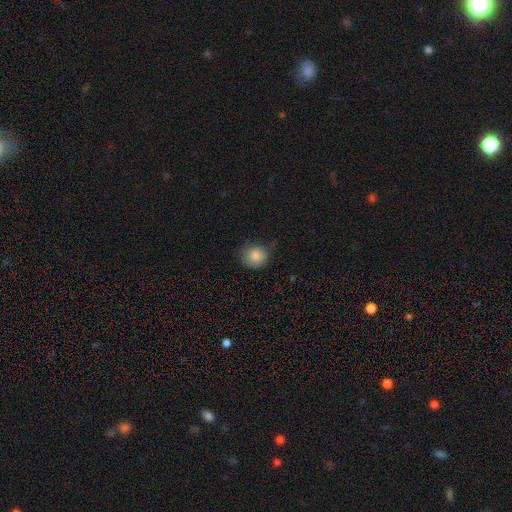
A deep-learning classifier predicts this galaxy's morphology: This appears to be a smooth galaxy with no disk features (85%) that is round (87%). Merging: none (68%).